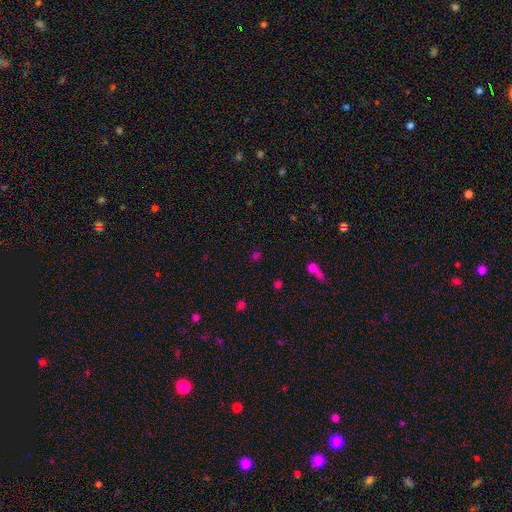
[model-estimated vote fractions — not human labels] smooth 50%, star or artifact 43%, featured or disk 7%. Down the decision tree: merging — none (75%).